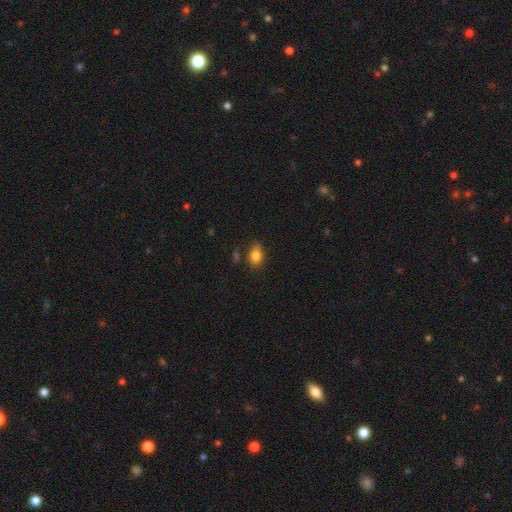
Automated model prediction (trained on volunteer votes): This is clearly a smooth galaxy (83%). How rounded: likely in between (71%). Merging: likely none (72%).